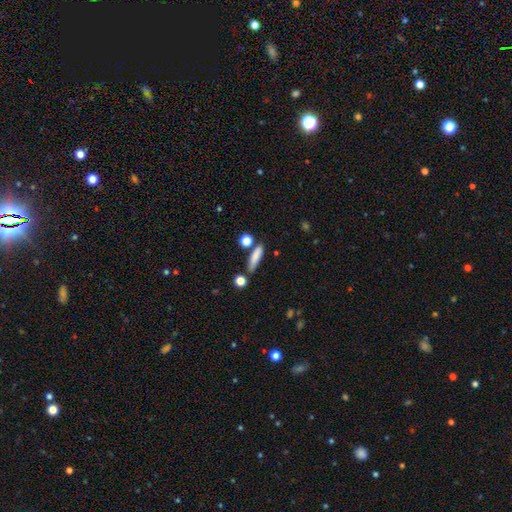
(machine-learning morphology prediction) Smooth or featured?
  - smooth: 81% *
  - featured or disk: 10%
  - star or artifact: 8%
How rounded?
  - cigar-shaped: 68% *
  - in between: 27%
  - round: 5%
Merging?
  - none: 73% *
  - minor disturbance: 14%
  - merger: 8%
  - major disturbance: 4%